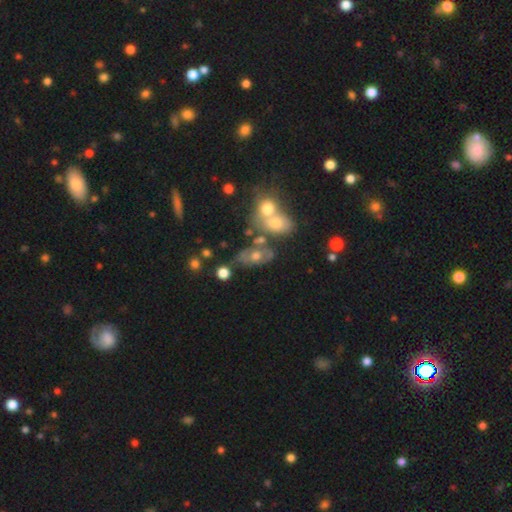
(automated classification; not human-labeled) smooth-or-featured: featured or disk: 44% | smooth: 42% | star or artifact: 14%
  merging: none: 38% | merger: 31% | minor disturbance: 18% | major disturbance: 12%